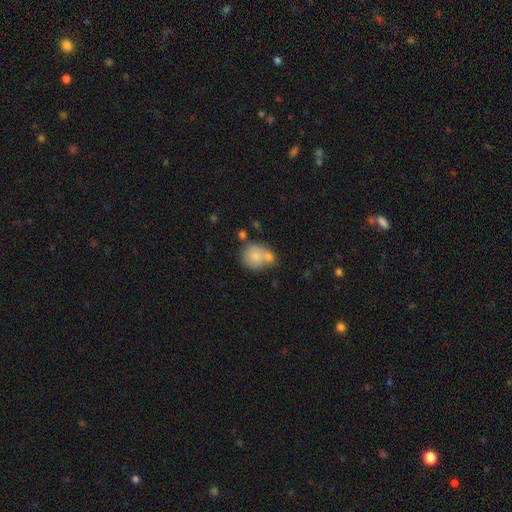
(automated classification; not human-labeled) Smooth or featured? smooth (78%)
How rounded? round (79%)
Merging? none (42%)